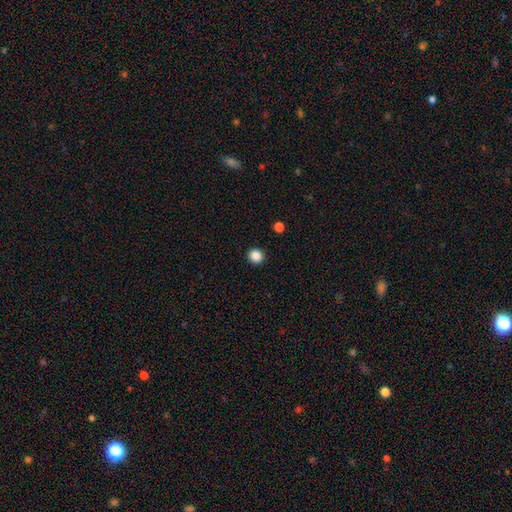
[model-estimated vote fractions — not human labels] This is clearly a smooth galaxy (87%). How rounded: clearly round (92%). Merging: clearly none (93%).